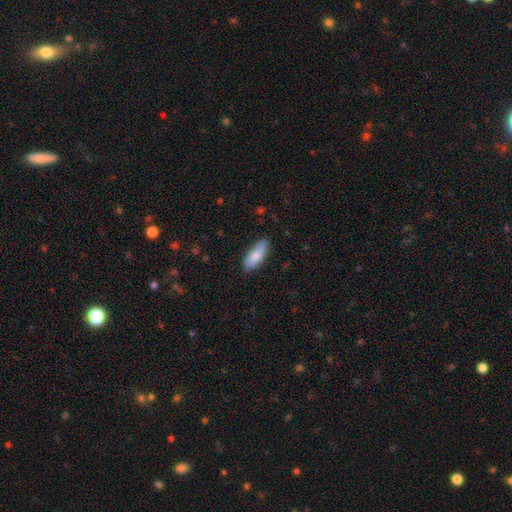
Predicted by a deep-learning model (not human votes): A smooth galaxy with no disk features (82%) that is in between round and cigar-shaped (74%). Merging: none (85%).